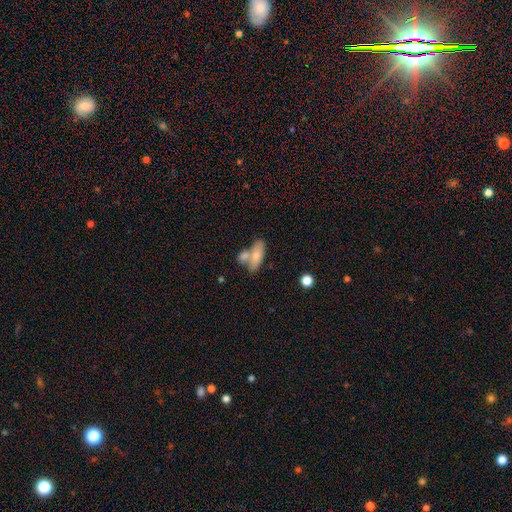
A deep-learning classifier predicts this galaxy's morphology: A smooth galaxy with no disk features (73%) that is in between round and cigar-shaped (77%).

Vote fractions:
- Smooth or featured? smooth: 73% / featured or disk: 21% / star or artifact: 7%
- How rounded? in between: 77% / cigar-shaped: 19% / round: 4%
- Merging? merger: 42% / none: 40% / minor disturbance: 13% / major disturbance: 5%